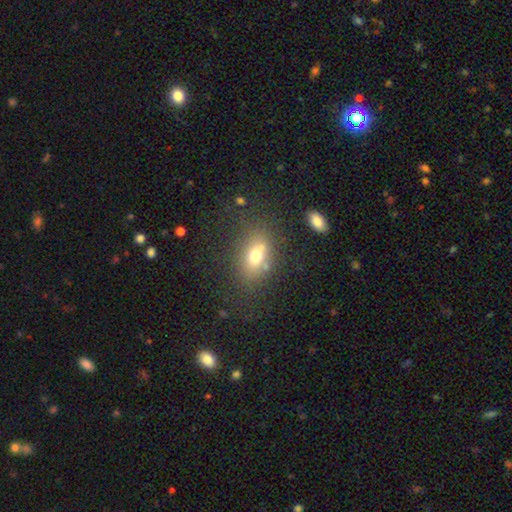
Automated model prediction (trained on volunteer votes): Overall: smooth (66%). How rounded: in between (71%). Merging: none (69%).